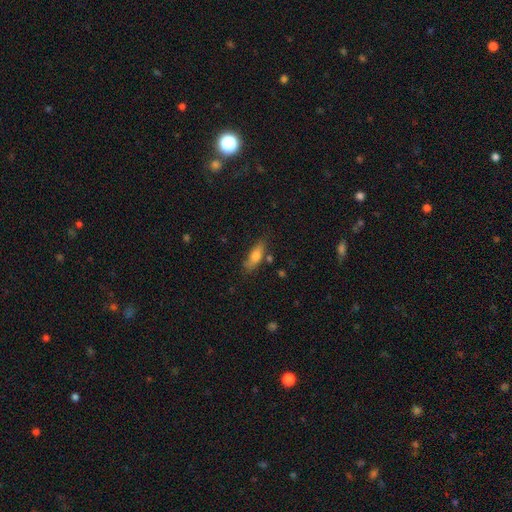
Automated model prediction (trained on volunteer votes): smooth_or_featured: smooth (p=0.71) [alt: featured or disk p=0.21]
how_rounded: in between (p=0.61) [alt: cigar-shaped p=0.36]
merging: none (p=0.70) [alt: minor disturbance p=0.20]